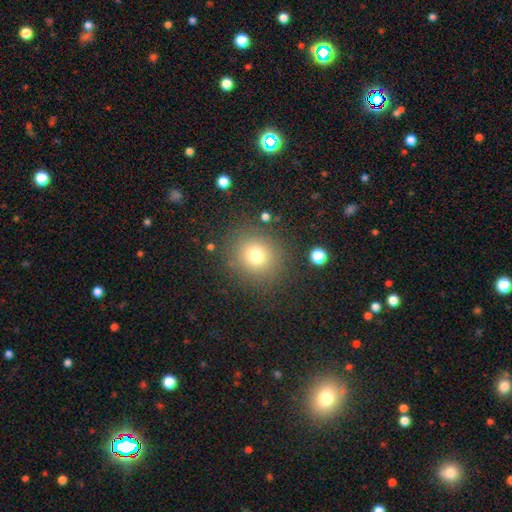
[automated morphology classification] Overall: smooth (75%). How rounded: round (87%). Merging: none (85%).